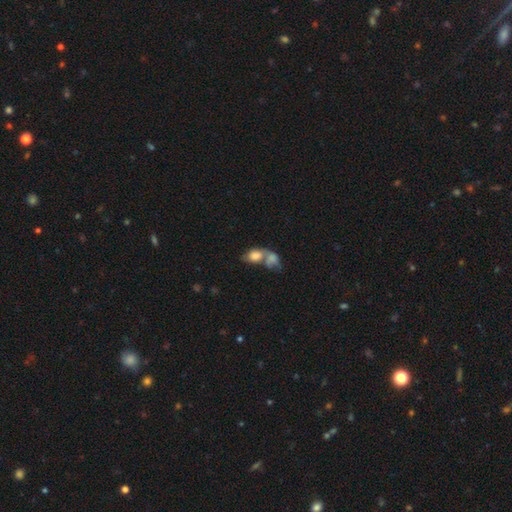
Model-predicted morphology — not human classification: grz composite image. It shows a smooth galaxy with no disk features (73%) that is in between round and cigar-shaped (75%). Merging: merger (73%).